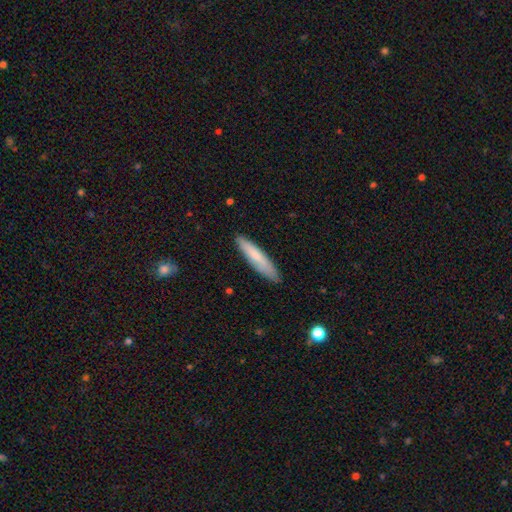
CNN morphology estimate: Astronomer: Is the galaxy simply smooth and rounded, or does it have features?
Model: smooth — 75%.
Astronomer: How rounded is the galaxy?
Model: cigar-shaped — 87%.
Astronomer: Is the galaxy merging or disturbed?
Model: none — 85%.